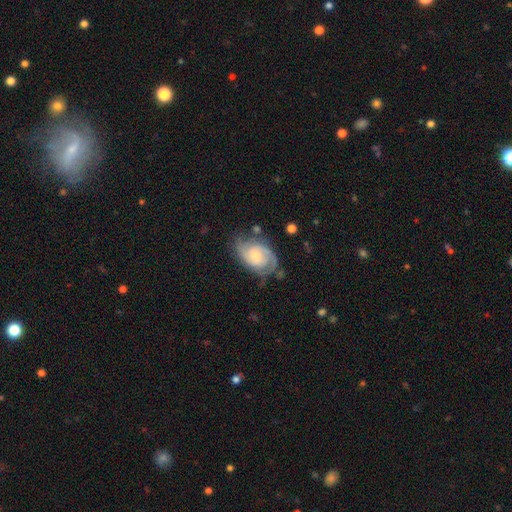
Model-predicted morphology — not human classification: This is clearly a featured or disk galaxy (81%). It is clearly not viewed edge-on (97%). Bar: possibly no (59%). Spiral arm pattern: clearly yes (96%). Spiral arm count: likely 2 (73%). Spiral winding: possibly tight (47%). Central bulge: possibly small (53%). Merging: likely none (63%).